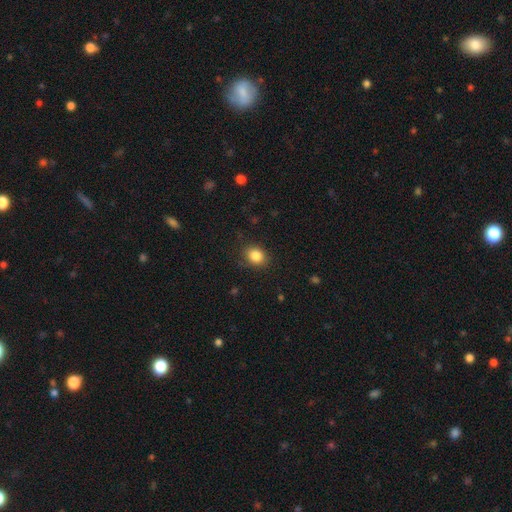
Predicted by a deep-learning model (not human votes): A smooth galaxy with no disk features (85%) that is round (57%).

Vote fractions:
- Smooth or featured? smooth: 85% / star or artifact: 10% / featured or disk: 5%
- How rounded? round: 57% / in between: 42% / cigar-shaped: 1%
- Merging? none: 84% / minor disturbance: 11% / major disturbance: 3% / merger: 1%